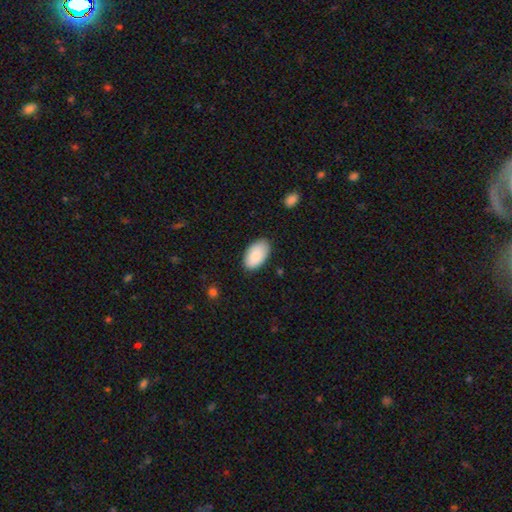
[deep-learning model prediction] Smooth or featured? smooth (86%)
How rounded? in between (96%)
Merging? none (83%)